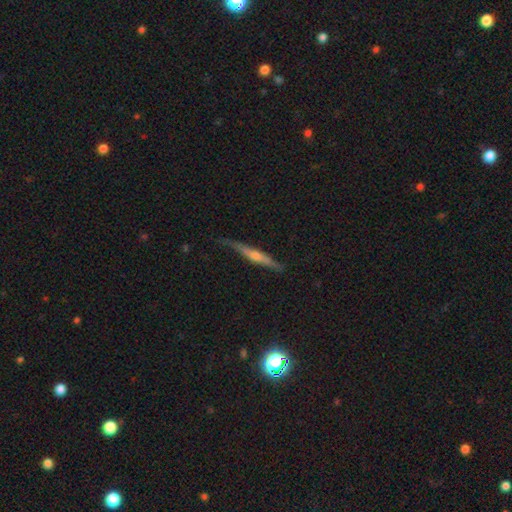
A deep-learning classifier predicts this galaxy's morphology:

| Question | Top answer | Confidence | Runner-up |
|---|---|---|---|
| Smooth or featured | featured or disk | 75% | smooth (18%) |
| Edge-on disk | yes | 97% | no (3%) |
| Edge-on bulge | rounded | 82% | none (12%) |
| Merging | none | 81% | minor disturbance (15%) |